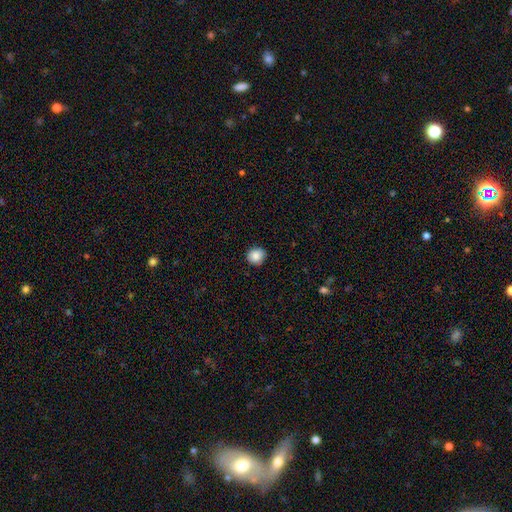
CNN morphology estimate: Q: Smooth or featured?
A: smooth (88%); runner-up: star or artifact (9%)
Q: How rounded?
A: round (87%); runner-up: in between (12%)
Q: Merging?
A: none (90%); runner-up: minor disturbance (7%)